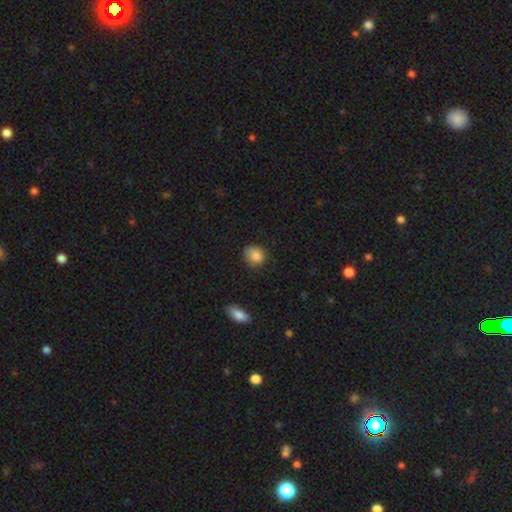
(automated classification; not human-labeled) Overall: smooth (85%). How rounded: round (64%; in between 35%). Merging: none (73%).